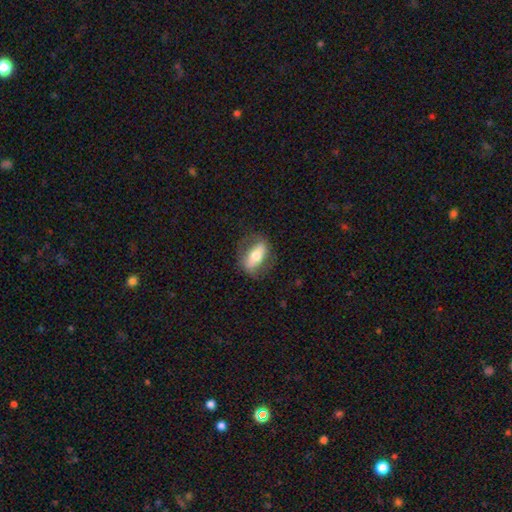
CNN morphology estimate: This appears to be a smooth galaxy with no disk features (48%). Merging: none (76%).